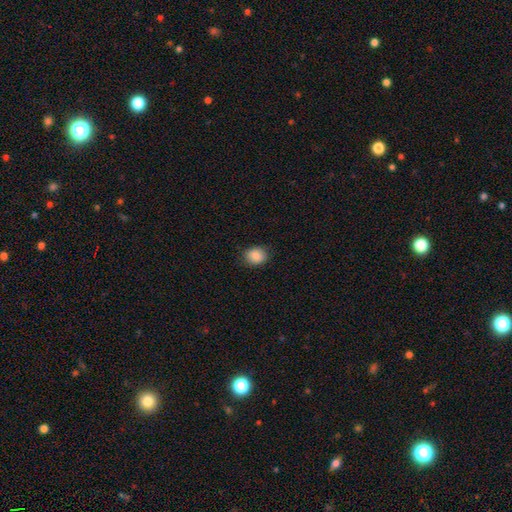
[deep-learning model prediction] A smooth galaxy with no disk features (86%) that is round (59%).

Vote fractions:
- Smooth or featured? smooth: 86% / star or artifact: 8% / featured or disk: 5%
- How rounded? round: 59% / in between: 40% / cigar-shaped: 1%
- Merging? none: 85% / minor disturbance: 12% / major disturbance: 3% / merger: 1%